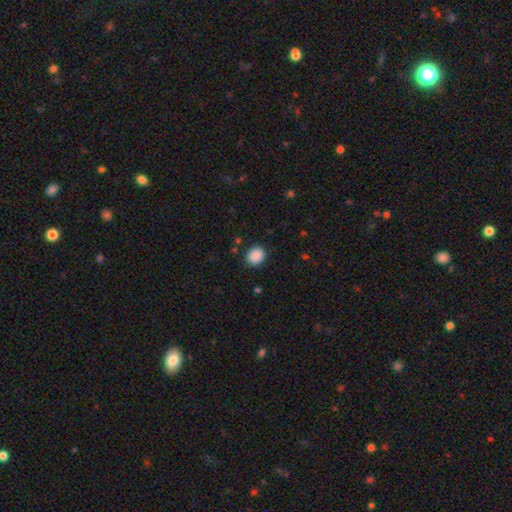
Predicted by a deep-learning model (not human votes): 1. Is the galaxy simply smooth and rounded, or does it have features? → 89% smooth, 9% star or artifact, 2% featured or disk.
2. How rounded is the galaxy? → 72% round, 27% in between, 1% cigar-shaped.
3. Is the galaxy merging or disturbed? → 88% none, 8% minor disturbance, 2% major disturbance, 1% merger.